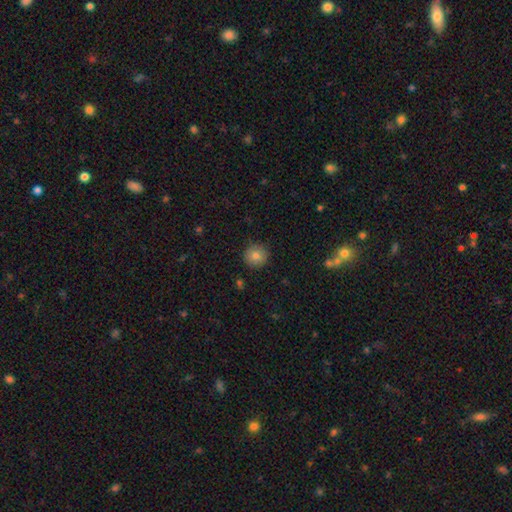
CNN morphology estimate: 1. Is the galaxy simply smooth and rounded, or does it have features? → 80% smooth, 10% star or artifact, 9% featured or disk.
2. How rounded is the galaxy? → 95% round, 4% in between, 1% cigar-shaped.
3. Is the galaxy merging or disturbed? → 90% none, 7% minor disturbance, 2% major disturbance, 1% merger.